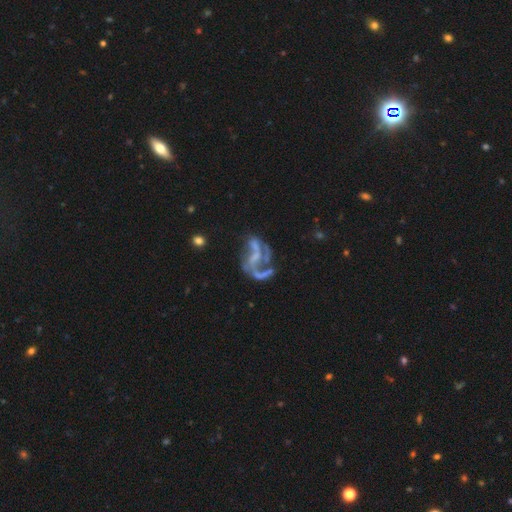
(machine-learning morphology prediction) The model was most divided on "merging": none: 36%, major disturbance: 35%, minor disturbance: 17%, merger: 12%. Remaining: edge-on disk — no (98%); smooth or featured — featured or disk (79%); spiral arms — yes (79%); bulge size — none (47%); bar — no (46%); spiral arm count — 2 (46%); spiral winding — loose (46%).